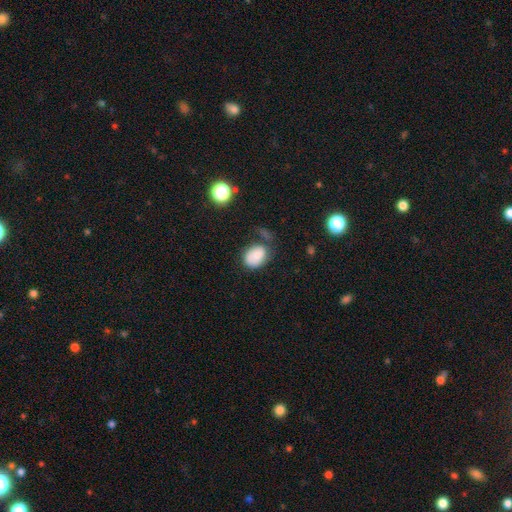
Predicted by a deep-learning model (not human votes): Smooth or featured?
  - smooth: 78% *
  - featured or disk: 13%
  - star or artifact: 9%
How rounded?
  - in between: 73% *
  - round: 25%
  - cigar-shaped: 1%
Merging?
  - none: 43% *
  - minor disturbance: 29%
  - major disturbance: 18%
  - merger: 10%